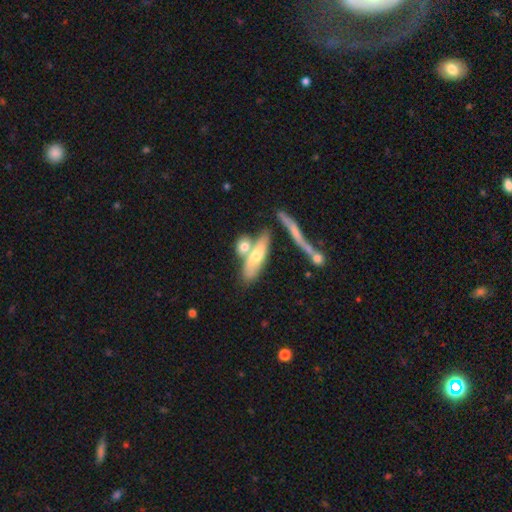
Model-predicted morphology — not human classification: The model was most divided on "smooth or featured": smooth: 50%, featured or disk: 42%, star or artifact: 8%. Remaining: merging — none (46%).